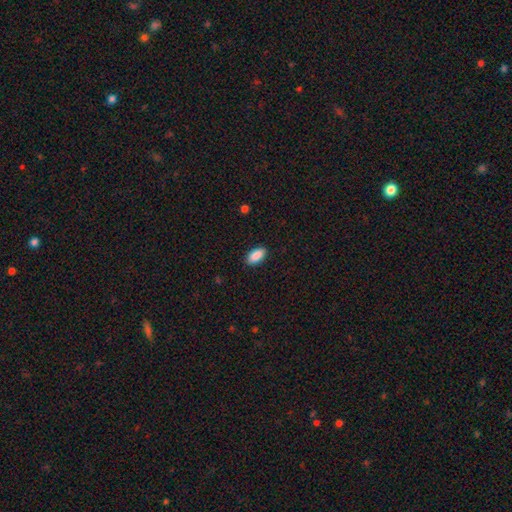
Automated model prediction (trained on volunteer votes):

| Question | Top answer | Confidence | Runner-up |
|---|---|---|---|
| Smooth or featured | smooth | 89% | star or artifact (7%) |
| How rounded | in between | 91% | cigar-shaped (7%) |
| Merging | none | 89% | minor disturbance (8%) |